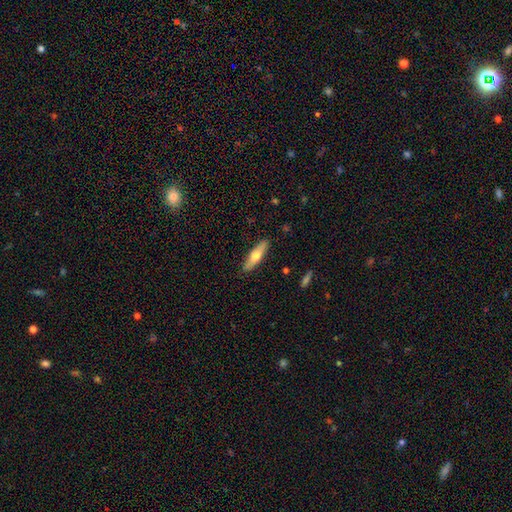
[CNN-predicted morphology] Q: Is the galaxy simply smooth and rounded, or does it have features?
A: smooth — 57%.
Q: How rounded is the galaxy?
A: cigar-shaped — 66%.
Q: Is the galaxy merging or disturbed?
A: none — 89%.